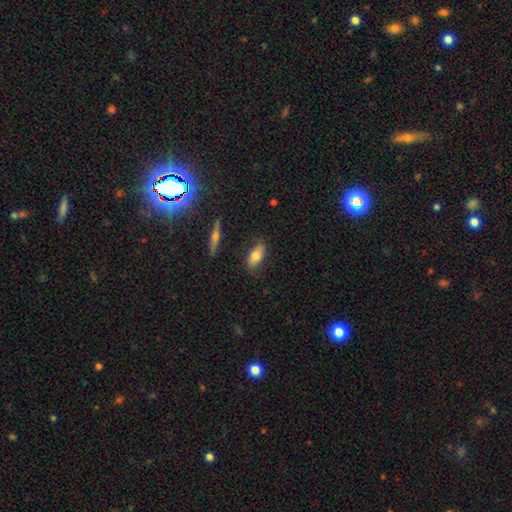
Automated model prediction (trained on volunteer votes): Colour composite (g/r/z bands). It shows a smooth galaxy with no disk features (71%) that is in between round and cigar-shaped (83%). Merging: none (79%).